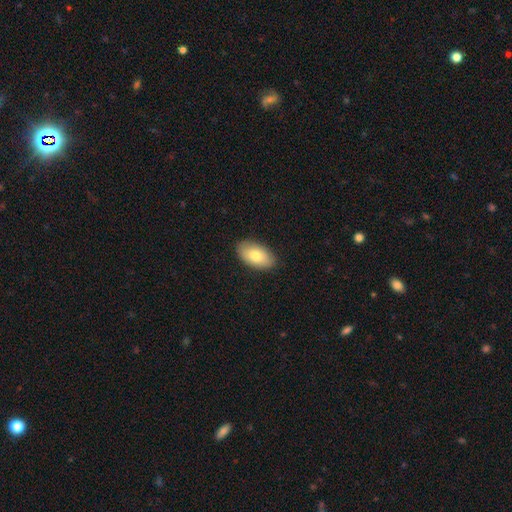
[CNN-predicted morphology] Smooth or featured? Predicted: smooth (p=0.77). How rounded? Predicted: in between (p=0.94). Merging? Predicted: none (p=0.87).